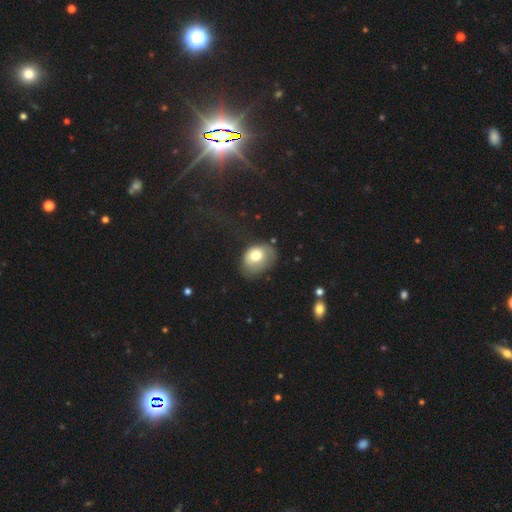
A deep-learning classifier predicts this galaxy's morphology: smooth 70%, featured or disk 22%, star or artifact 8%. Down the decision tree: how rounded — in between (68%); merging — none (44%).